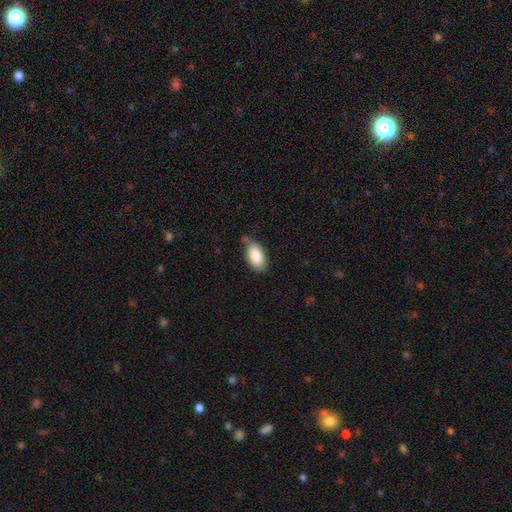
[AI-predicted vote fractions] Smooth or featured? smooth (85%)
How rounded? in between (94%)
Merging? none (65%)